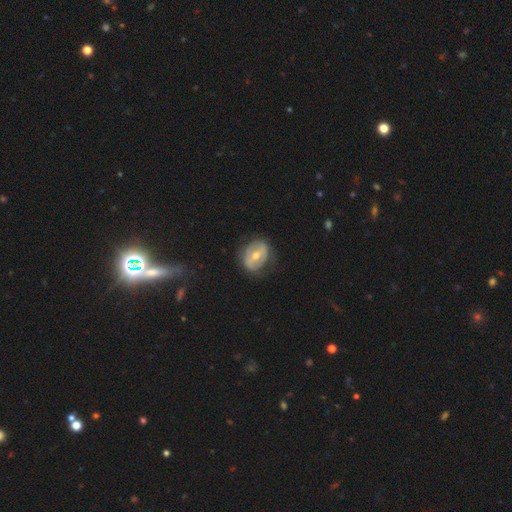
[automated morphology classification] Smooth or featured?
  - featured or disk: 61% *
  - smooth: 33%
  - star or artifact: 6%
Edge-on disk?
  - no: 95% *
  - yes: 5%
Bar?
  - strong: 38% *
  - weak: 36%
  - no: 26%
Spiral arms?
  - no: 66% *
  - yes: 34%
Bulge size?
  - moderate: 69% *
  - small: 26%
  - large: 3%
  - none: 1%
  - dominant: 1%
Merging?
  - none: 73% *
  - minor disturbance: 18%
  - major disturbance: 7%
  - merger: 1%